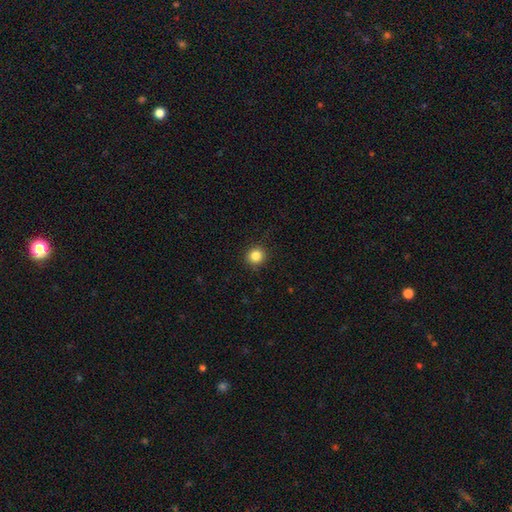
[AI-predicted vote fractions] A smooth galaxy with no disk features (85%) that is round (92%).

Vote fractions:
- Smooth or featured? smooth: 85% / star or artifact: 11% / featured or disk: 4%
- How rounded? round: 92% / in between: 7% / cigar-shaped: 1%
- Merging? none: 90% / minor disturbance: 7% / major disturbance: 2% / merger: 1%